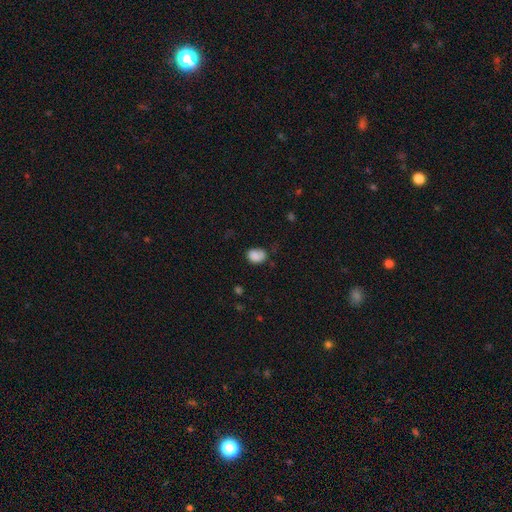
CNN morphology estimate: Overall: smooth (83%). How rounded: in between (68%; round 31%). Merging: none (52%; minor disturbance 32%).